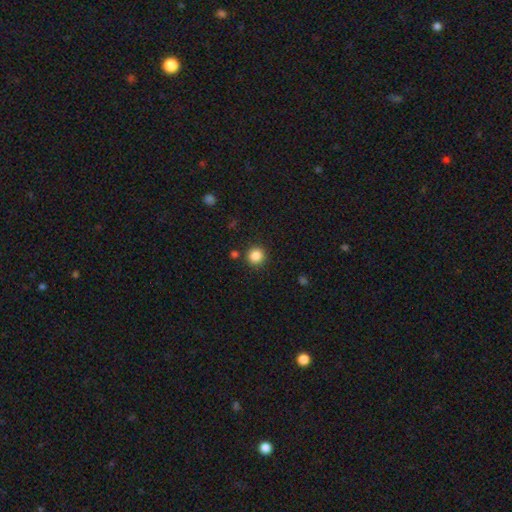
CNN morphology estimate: Smooth or featured? smooth (86%)
How rounded? round (93%)
Merging? none (88%)